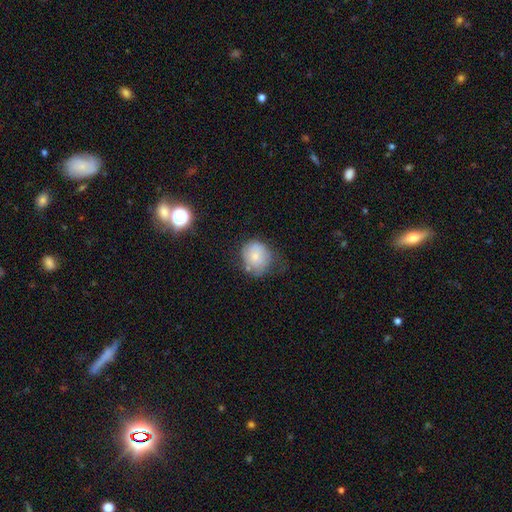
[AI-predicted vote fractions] Morphology: type=smooth (74%); roundness=round (77%); merging=none (44%).